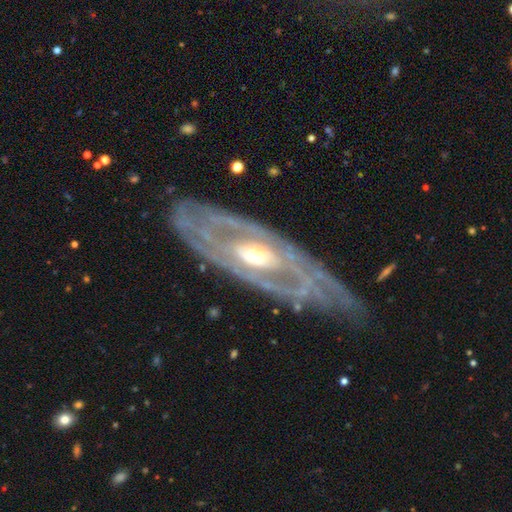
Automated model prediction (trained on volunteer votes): smooth_or_featured: featured or disk (p=0.87) [alt: smooth p=0.09]
disk_edge_on: no (p=0.87) [alt: yes p=0.13]
bar: no (p=0.57) [alt: weak p=0.26]
has_spiral_arms: yes (p=0.79) [alt: no p=0.21]
spiral_winding: tight (p=0.61) [alt: medium p=0.27]
spiral_arm_count: 2 (p=0.43) [alt: can't tell p=0.33]
bulge_size: moderate (p=0.59) [alt: small p=0.33]
merging: none (p=0.74) [alt: minor disturbance p=0.16]